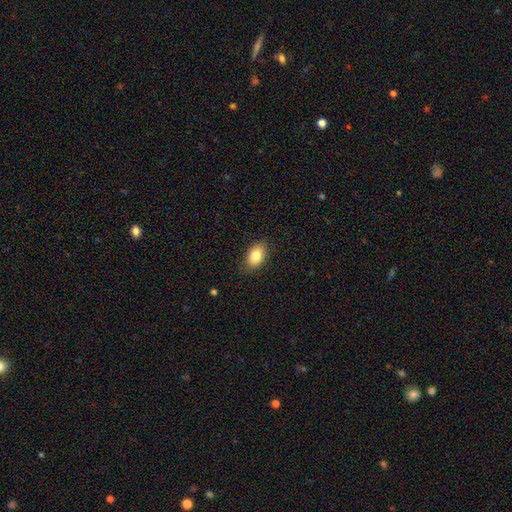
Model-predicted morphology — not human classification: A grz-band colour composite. It shows a smooth galaxy with no disk features (83%) that is in between round and cigar-shaped (89%). Merging: none (85%).